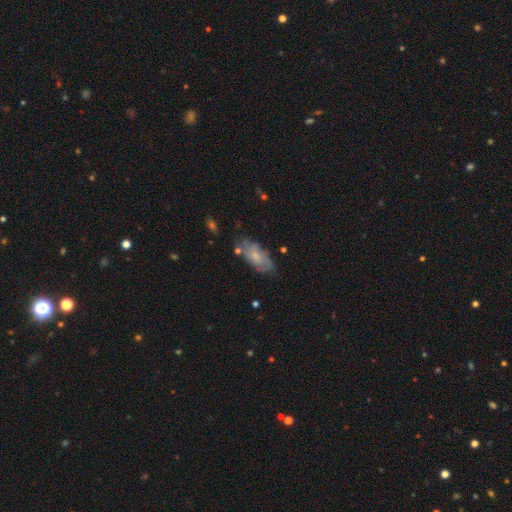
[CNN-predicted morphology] This is possibly a smooth galaxy (54%). How rounded: clearly in between (89%). Merging: likely none (65%).